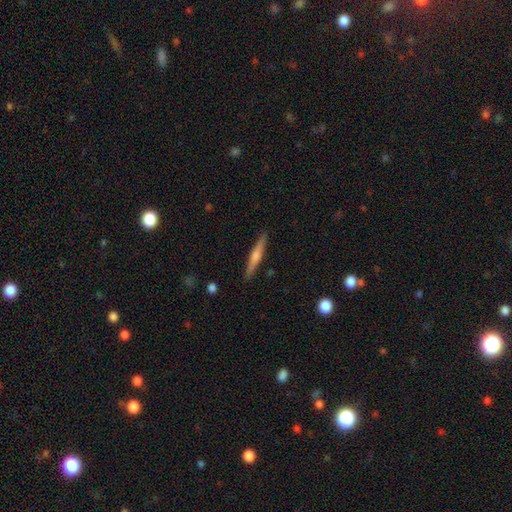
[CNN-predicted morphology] featured or disk 57%, smooth 36%, star or artifact 6%. Down the decision tree: edge-on disk — yes (97%); edge-on bulge — rounded (75%); merging — none (91%).